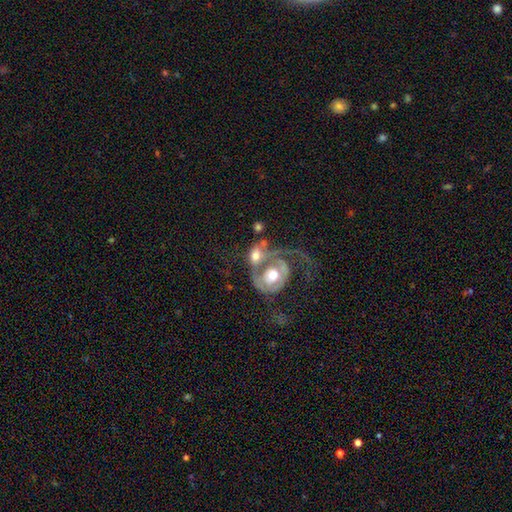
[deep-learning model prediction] Overall: featured or disk (62%; smooth 31%). Edge-on disk: no (95%). Bar: no (74%). Spiral arms: yes (68%; no 32%). Bulge size: moderate (60%; large 25%). Merging: merger (70%).